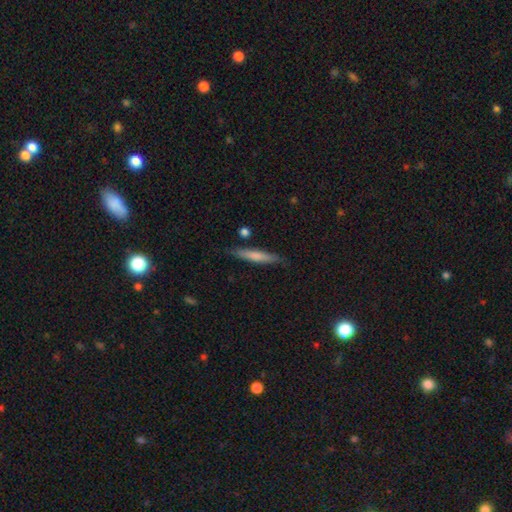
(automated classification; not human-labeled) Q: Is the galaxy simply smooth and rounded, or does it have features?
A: smooth — 68%.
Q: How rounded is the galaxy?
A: cigar-shaped — 92%.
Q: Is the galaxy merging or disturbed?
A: none — 83%.